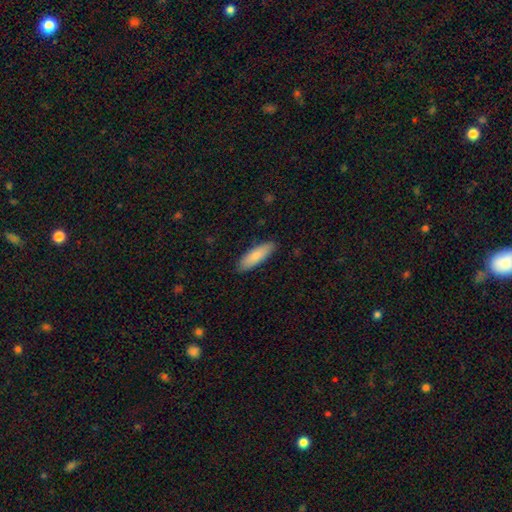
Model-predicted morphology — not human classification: This appears to be a smooth galaxy with no disk features (84%) that is cigar-shaped (51%). Merging: none (89%).